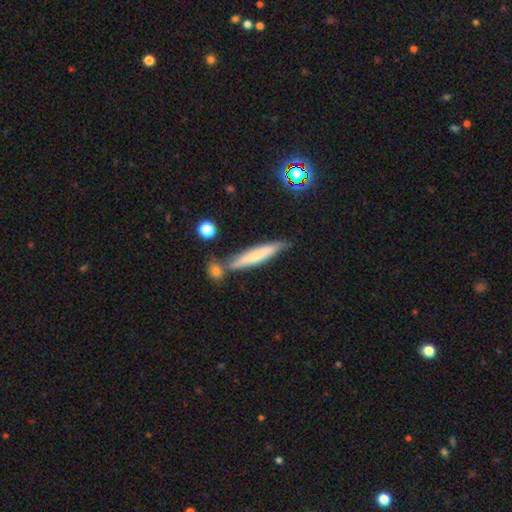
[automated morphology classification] smooth-or-featured: smooth: 55% | featured or disk: 38% | star or artifact: 7%
  how-rounded: cigar-shaped: 90% | in between: 8% | round: 2%
  merging: none: 69% | minor disturbance: 15% | merger: 13% | major disturbance: 3%